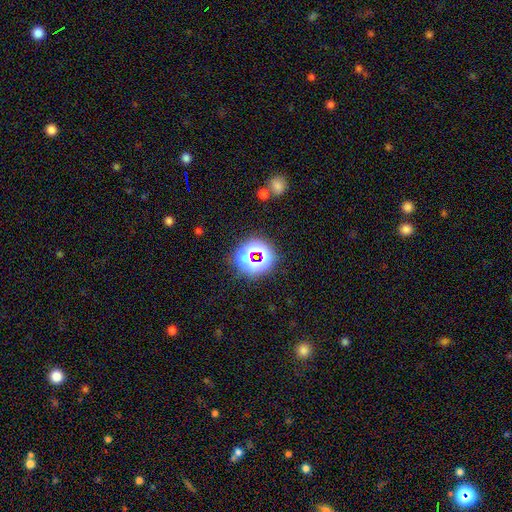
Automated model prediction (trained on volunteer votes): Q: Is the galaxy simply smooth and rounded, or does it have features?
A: star or artifact — 63%.